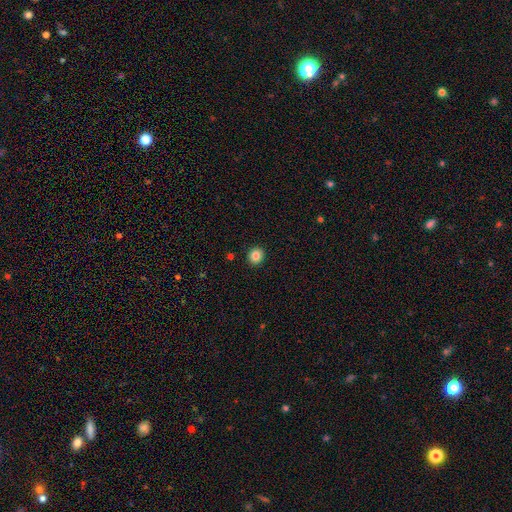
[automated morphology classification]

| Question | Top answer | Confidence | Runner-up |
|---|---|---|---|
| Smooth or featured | smooth | 85% | star or artifact (10%) |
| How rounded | round | 78% | in between (21%) |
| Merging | none | 92% | minor disturbance (5%) |